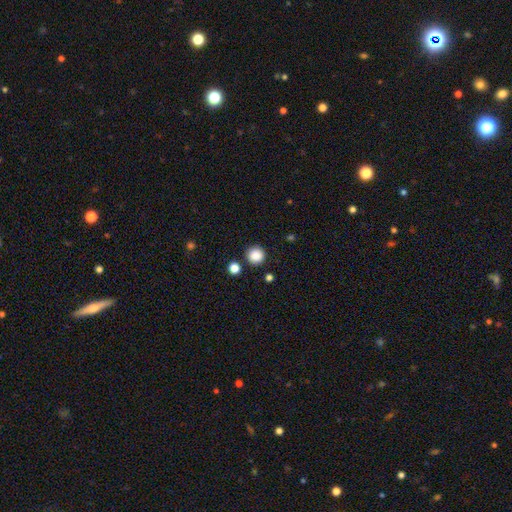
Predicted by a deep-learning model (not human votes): Overall: smooth (87%). How rounded: round (95%). Merging: none (88%).